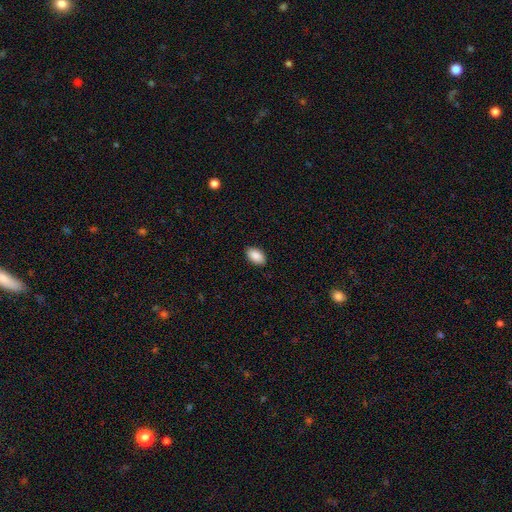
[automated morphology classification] Q: Smooth or featured?
A: smooth (90%); runner-up: star or artifact (7%)
Q: How rounded?
A: in between (94%); runner-up: round (5%)
Q: Merging?
A: none (89%); runner-up: minor disturbance (8%)